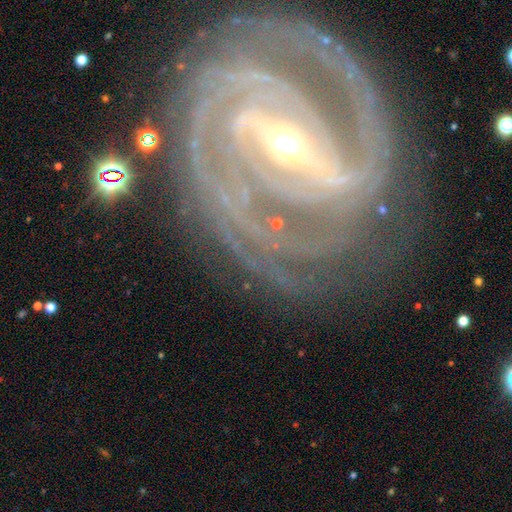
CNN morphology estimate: A featured or disk galaxy (93%) with a strong bar (70%), 2 (29%) tight (72%) spiral arms (98%) and a small central bulge (53%).

Vote fractions:
- Smooth or featured? featured or disk: 93% / star or artifact: 5% / smooth: 3%
- Edge-on disk? no: 97% / yes: 3%
- Bar? strong: 70% / weak: 22% / no: 8%
- Spiral arms? yes: 98% / no: 2%
- Spiral winding? tight: 72% / medium: 24% / loose: 4%
- Spiral arm count? 2: 29% / 3: 24% / 4: 16% / can't tell: 14% / more than 4: 9% / 1: 8%
- Bulge size? small: 53% / moderate: 43% / large: 2% / none: 1% / dominant: 1%
- Merging? none: 76% / minor disturbance: 15% / major disturbance: 7% / merger: 2%